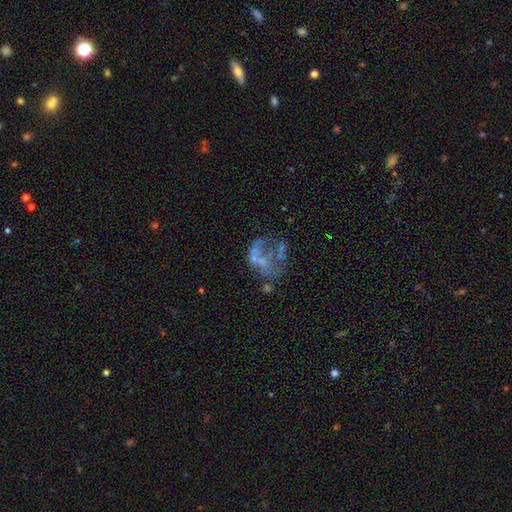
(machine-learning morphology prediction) Smooth or featured: featured or disk — 62% (smooth — 22%)
Edge-on disk: no — 98% (yes — 2%)
Bar: no — 93% (weak — 5%)
Spiral arms: no — 93% (yes — 7%)
Bulge size: none — 78% (small — 11%)
Merging: none — 35% (major disturbance — 31%)